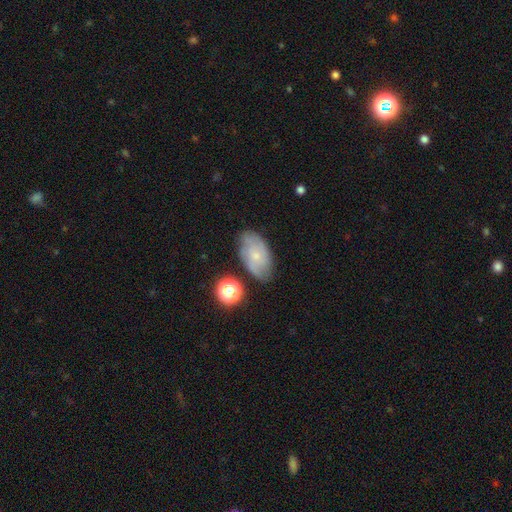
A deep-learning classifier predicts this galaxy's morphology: smooth_or_featured: featured or disk (p=0.52) [alt: smooth p=0.38]
disk_edge_on: no (p=0.95) [alt: yes p=0.05]
merging: none (p=0.71) [alt: minor disturbance p=0.20]